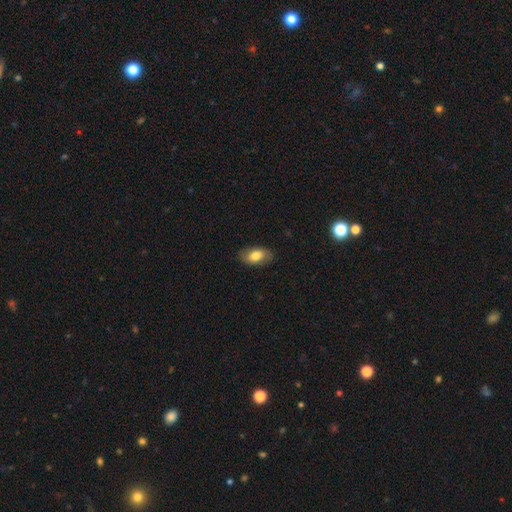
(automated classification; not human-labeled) smooth_or_featured: smooth (p=0.75) [alt: featured or disk p=0.18]
how_rounded: in between (p=0.91) [alt: round p=0.07]
merging: none (p=0.82) [alt: minor disturbance p=0.14]